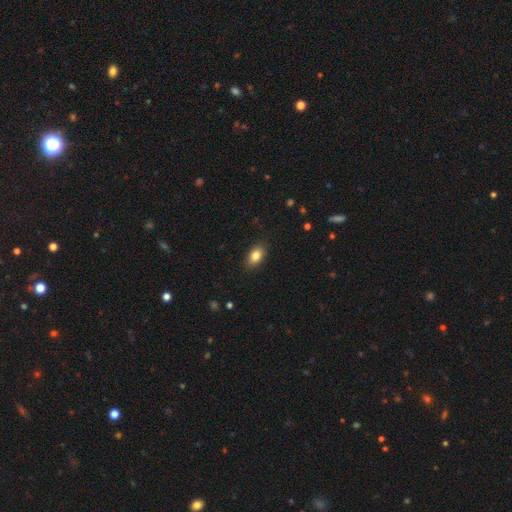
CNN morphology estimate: Smooth or featured? Predicted: smooth (p=0.83). How rounded? Predicted: in between (p=0.87). Merging? Predicted: none (p=0.88).